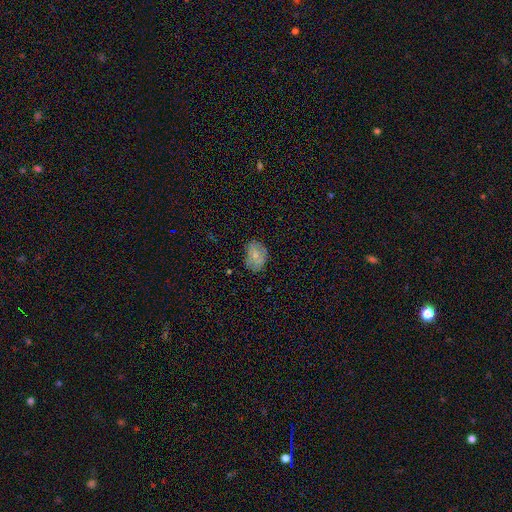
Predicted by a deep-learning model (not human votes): Overall: smooth (69%). How rounded: in between (68%; round 31%). Merging: none (66%).